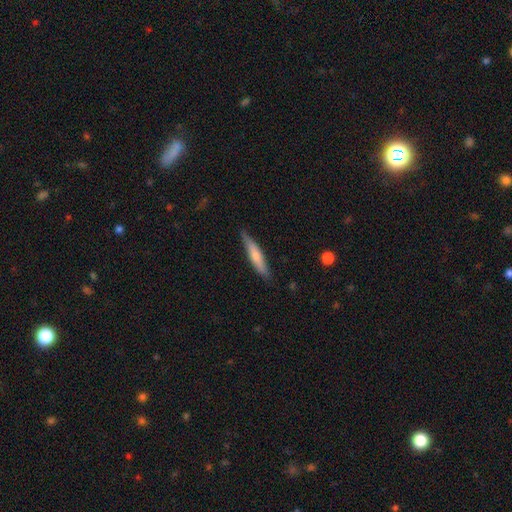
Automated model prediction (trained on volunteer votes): Smooth or featured: smooth — 64% (featured or disk — 30%)
How rounded: cigar-shaped — 88% (in between — 11%)
Merging: none — 81% (minor disturbance — 15%)